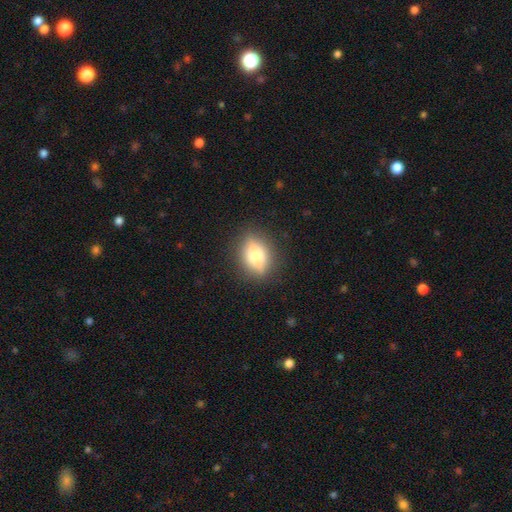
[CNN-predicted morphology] This is likely a smooth galaxy (64%). How rounded: likely in between (63%). Merging: clearly none (82%).